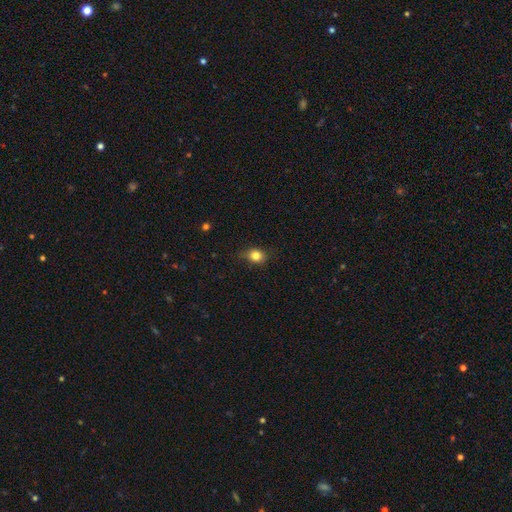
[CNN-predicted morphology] This appears to be a smooth galaxy with no disk features (81%) that is round (56%). Merging: none (74%).